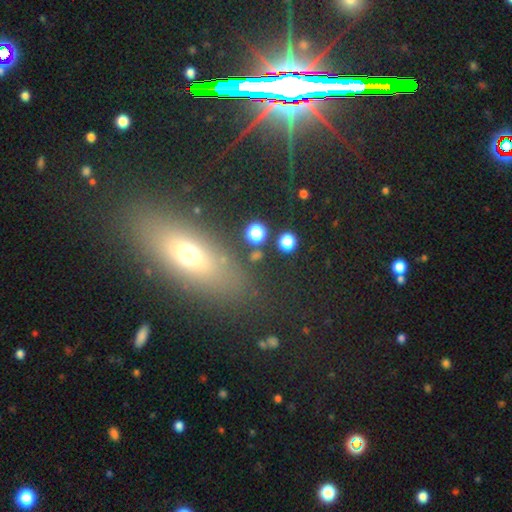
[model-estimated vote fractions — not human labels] Smooth or featured: smooth — 46% (star or artifact — 30%)
Merging: none — 84% (minor disturbance — 9%)